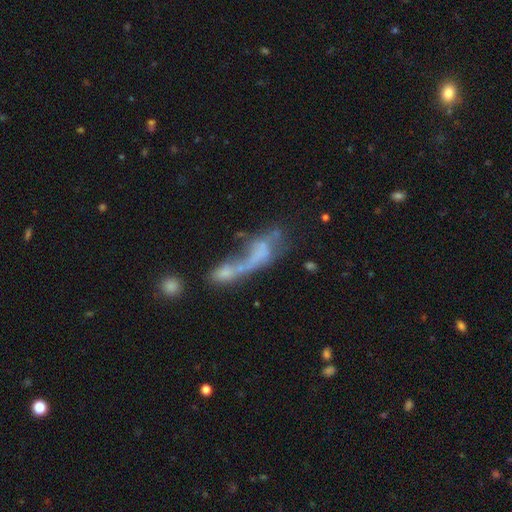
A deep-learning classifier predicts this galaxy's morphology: Q: Smooth or featured?
A: featured or disk (46%); runner-up: smooth (36%)
Q: Merging?
A: merger (50%); runner-up: major disturbance (24%)